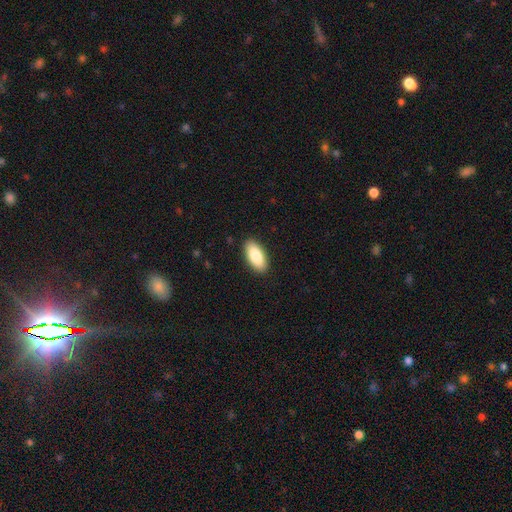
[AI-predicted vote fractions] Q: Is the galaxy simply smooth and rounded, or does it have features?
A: smooth — 86%.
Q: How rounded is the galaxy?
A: in between — 90%.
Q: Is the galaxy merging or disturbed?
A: none — 90%.